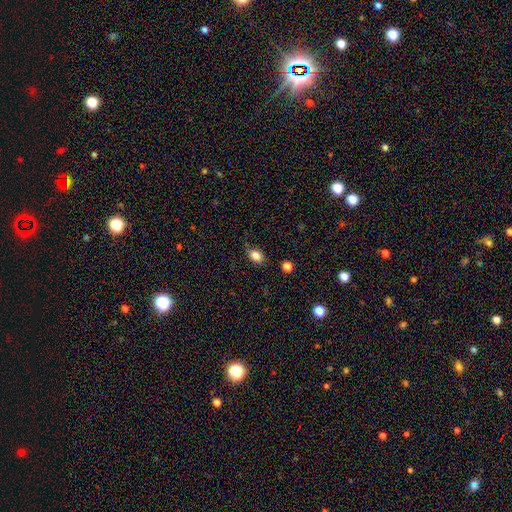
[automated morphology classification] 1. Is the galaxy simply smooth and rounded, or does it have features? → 82% smooth, 10% star or artifact, 7% featured or disk.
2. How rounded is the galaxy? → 74% in between, 25% round, 2% cigar-shaped.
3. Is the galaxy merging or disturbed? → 76% none, 18% minor disturbance, 4% major disturbance, 2% merger.